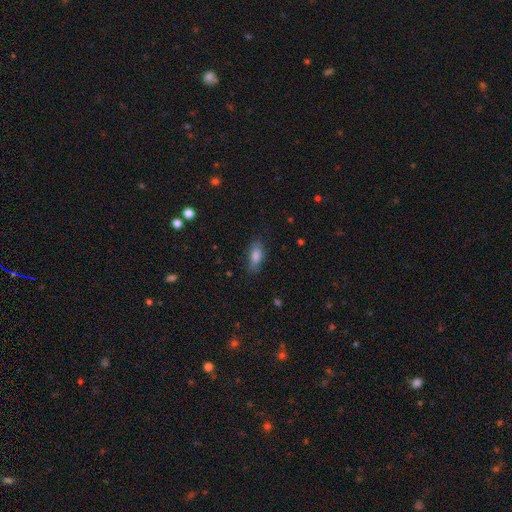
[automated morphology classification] This is likely a smooth galaxy (77%). How rounded: likely in between (77%). Merging: likely none (78%).